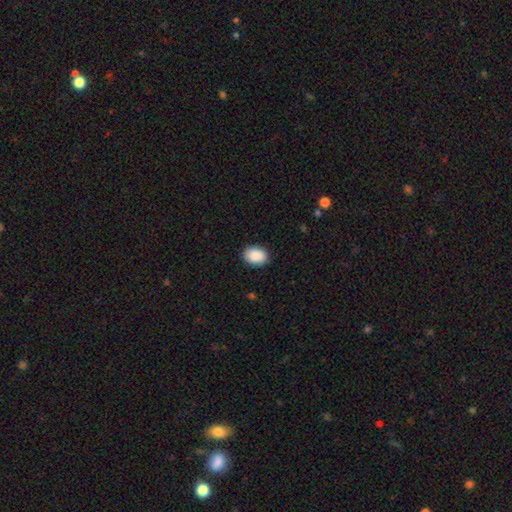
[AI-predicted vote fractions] Overall: smooth (91%). How rounded: in between (73%). Merging: none (89%).